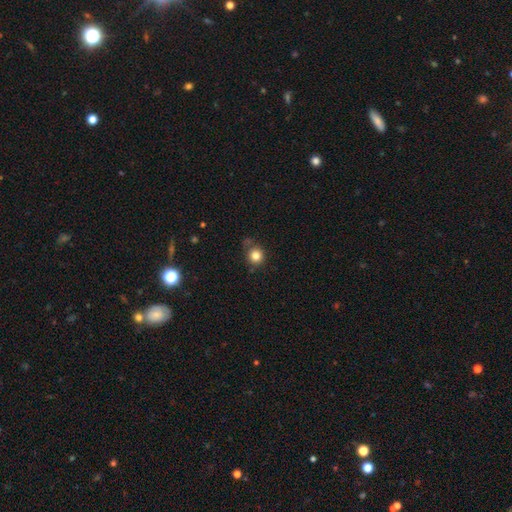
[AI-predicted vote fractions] Morphology: type=smooth (82%); roundness=round (89%); merging=none (70%).